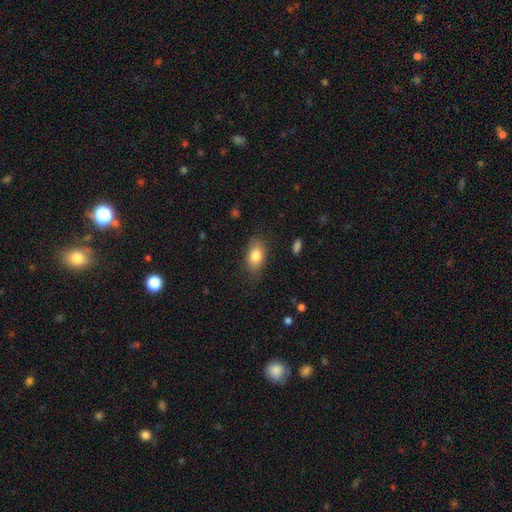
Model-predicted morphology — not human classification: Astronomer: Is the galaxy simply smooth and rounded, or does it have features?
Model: smooth — 82%.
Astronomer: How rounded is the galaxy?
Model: in between — 89%.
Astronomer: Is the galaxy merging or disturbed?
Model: none — 81%.